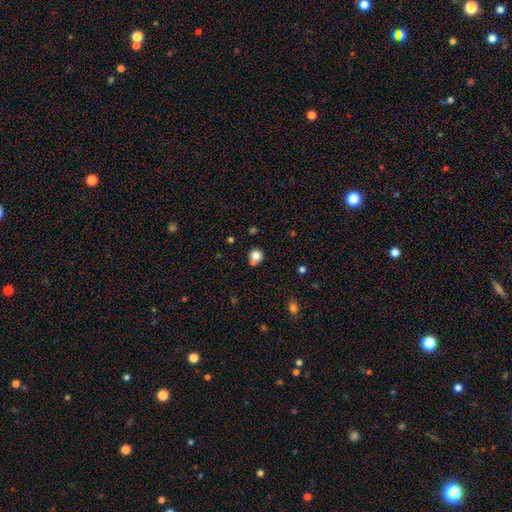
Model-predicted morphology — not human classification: Q: Smooth or featured?
A: smooth (81%); runner-up: star or artifact (11%)
Q: How rounded?
A: round (89%); runner-up: in between (10%)
Q: Merging?
A: none (61%); runner-up: merger (21%)